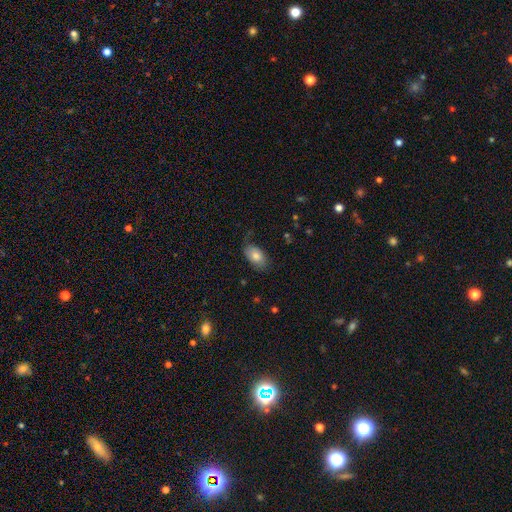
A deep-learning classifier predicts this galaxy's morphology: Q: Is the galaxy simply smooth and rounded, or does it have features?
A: smooth — 78%.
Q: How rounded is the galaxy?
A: in between — 92%.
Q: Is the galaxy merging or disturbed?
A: none — 70%.